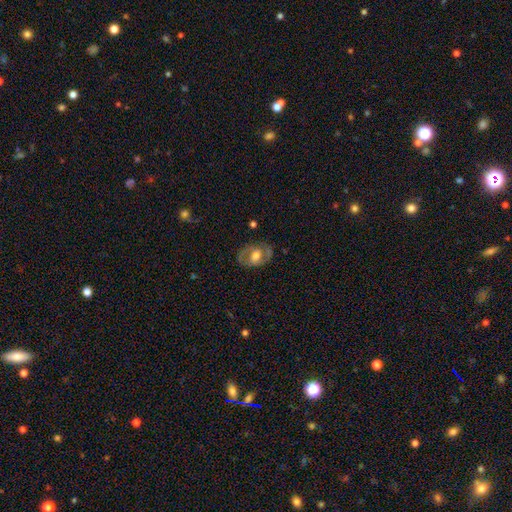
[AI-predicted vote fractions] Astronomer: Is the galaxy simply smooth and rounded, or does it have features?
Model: featured or disk — 61%.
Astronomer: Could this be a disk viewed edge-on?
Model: no — 94%.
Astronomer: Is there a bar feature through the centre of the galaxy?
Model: no — 57% (runner-up: weak, 33%).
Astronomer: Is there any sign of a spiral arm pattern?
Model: yes — 54% (runner-up: no, 46%).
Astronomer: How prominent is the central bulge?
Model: moderate — 50% (runner-up: large, 36%).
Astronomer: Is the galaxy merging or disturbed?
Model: none — 74%.